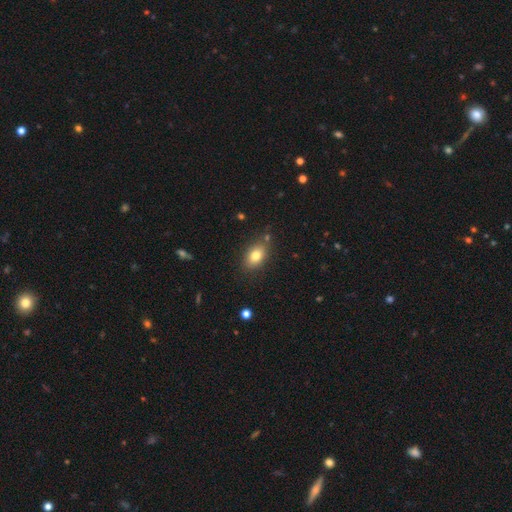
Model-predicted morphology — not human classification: Smooth or featured: smooth — 79% (featured or disk — 12%)
How rounded: in between — 85% (round — 13%)
Merging: none — 78% (minor disturbance — 14%)